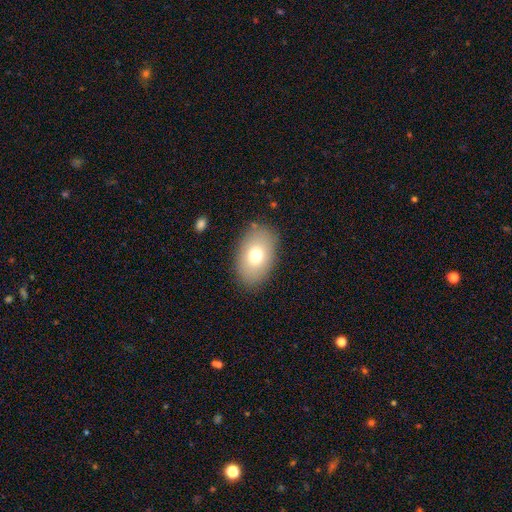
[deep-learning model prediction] smooth-or-featured: smooth: 74% | featured or disk: 17% | star or artifact: 9%
  how-rounded: in between: 88% | round: 10% | cigar-shaped: 1%
  merging: none: 86% | minor disturbance: 10% | major disturbance: 3% | merger: 1%